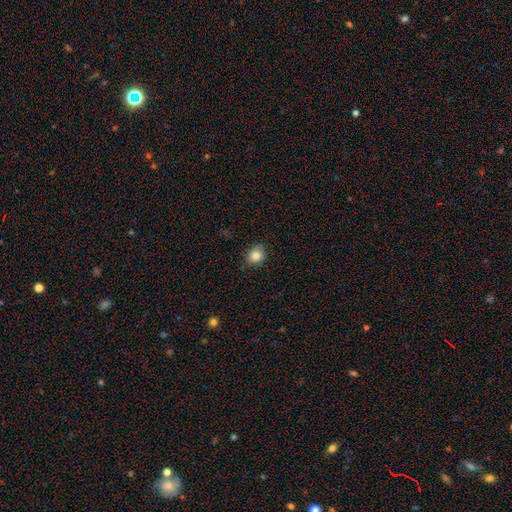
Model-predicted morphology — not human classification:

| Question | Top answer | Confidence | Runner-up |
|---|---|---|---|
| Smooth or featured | smooth | 82% | star or artifact (10%) |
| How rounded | round | 70% | in between (29%) |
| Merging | none | 84% | minor disturbance (13%) |